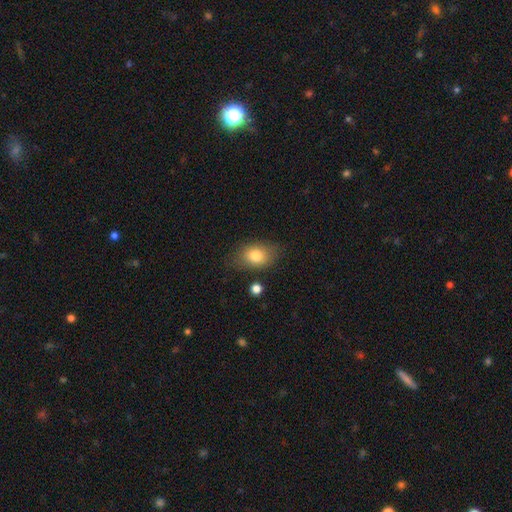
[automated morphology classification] This appears to be a smooth galaxy with no disk features (80%) that is in between round and cigar-shaped (79%). Merging: none (75%).